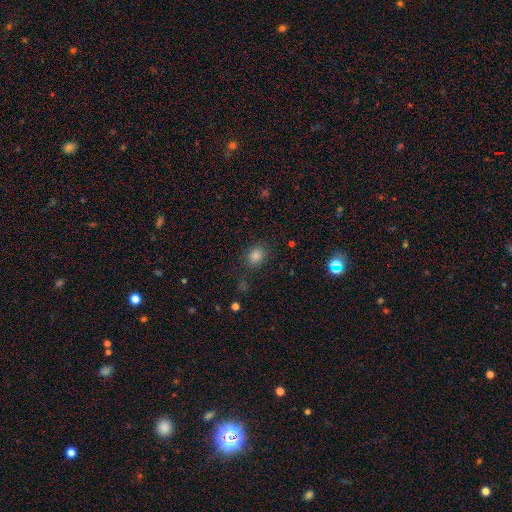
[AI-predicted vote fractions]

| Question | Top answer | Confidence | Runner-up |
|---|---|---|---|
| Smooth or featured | smooth | 79% | star or artifact (16%) |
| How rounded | round | 51% | in between (48%) |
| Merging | none | 80% | minor disturbance (13%) |